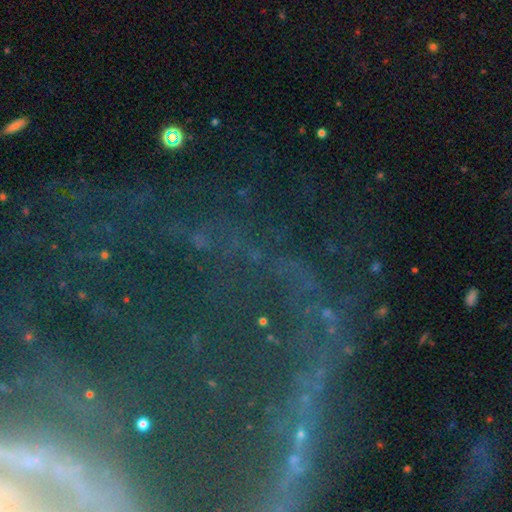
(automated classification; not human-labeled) A star or artifact, not a galaxy (75%).